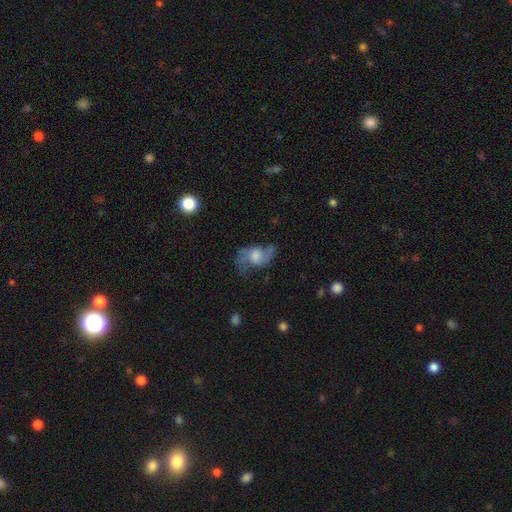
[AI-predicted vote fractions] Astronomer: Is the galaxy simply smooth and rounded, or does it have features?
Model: featured or disk — 68%.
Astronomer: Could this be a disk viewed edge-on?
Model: no — 96%.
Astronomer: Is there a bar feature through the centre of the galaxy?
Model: no — 61%.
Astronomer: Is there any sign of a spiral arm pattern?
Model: yes — 86%.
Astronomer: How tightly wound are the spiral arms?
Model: loose — 56% (runner-up: medium, 36%).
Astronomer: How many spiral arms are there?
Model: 2 — 81%.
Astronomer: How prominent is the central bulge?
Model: moderate — 38% (runner-up: large, 29%).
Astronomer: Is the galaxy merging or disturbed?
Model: none — 54%.